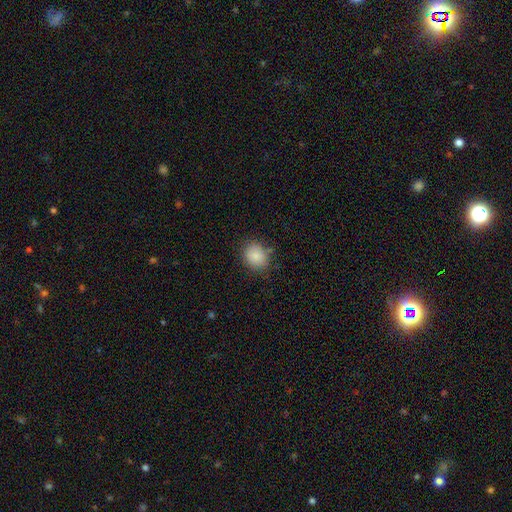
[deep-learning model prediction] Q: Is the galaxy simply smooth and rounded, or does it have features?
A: smooth — 86%.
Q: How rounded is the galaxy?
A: round — 63%.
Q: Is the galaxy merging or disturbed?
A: none — 78%.